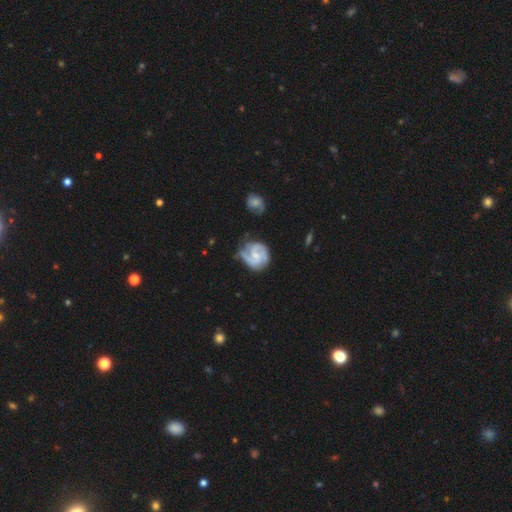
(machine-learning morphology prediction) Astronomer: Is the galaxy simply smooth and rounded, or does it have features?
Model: featured or disk — 84%.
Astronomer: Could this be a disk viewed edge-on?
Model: no — 98%.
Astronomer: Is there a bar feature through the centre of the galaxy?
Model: weak — 47% (runner-up: no, 43%).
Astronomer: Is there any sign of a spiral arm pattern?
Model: yes — 96%.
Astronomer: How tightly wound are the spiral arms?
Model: medium — 46% (runner-up: tight, 42%).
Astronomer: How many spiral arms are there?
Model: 2 — 64%.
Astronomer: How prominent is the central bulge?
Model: small — 56%.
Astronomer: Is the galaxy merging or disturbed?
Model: none — 58%.